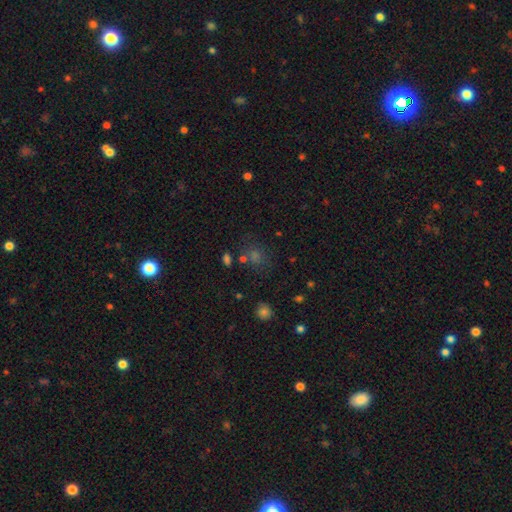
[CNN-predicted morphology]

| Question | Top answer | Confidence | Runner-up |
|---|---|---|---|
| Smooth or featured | smooth | 48% | star or artifact (41%) |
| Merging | none | 71% | minor disturbance (13%) |